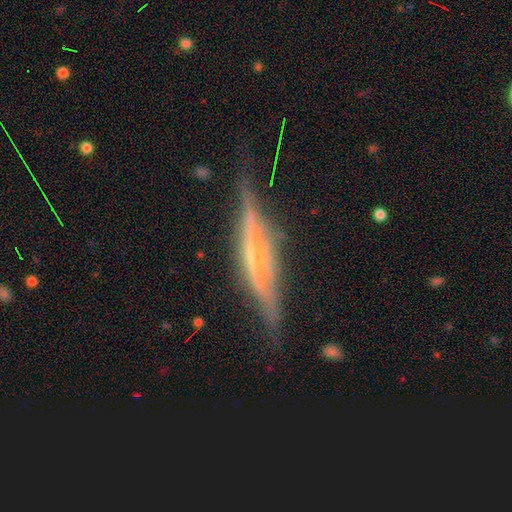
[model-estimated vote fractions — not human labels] A featured or disk galaxy (81%) viewed edge-on (95%) with a rounded central bulge (54%). Merging: none (77%).